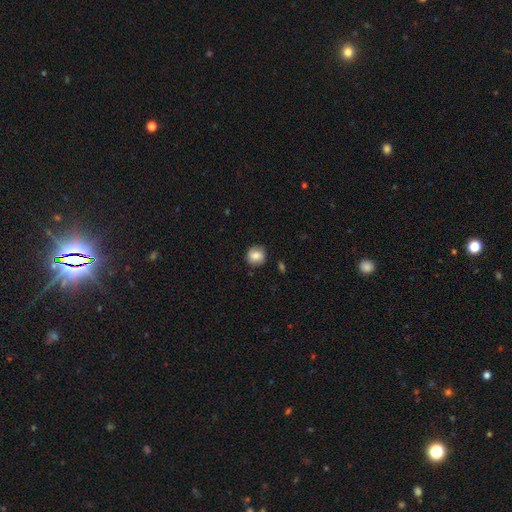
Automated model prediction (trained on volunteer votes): smooth_or_featured: smooth (p=0.79) [alt: featured or disk p=0.12]
how_rounded: round (p=0.88) [alt: in between p=0.11]
merging: none (p=0.84) [alt: minor disturbance p=0.12]